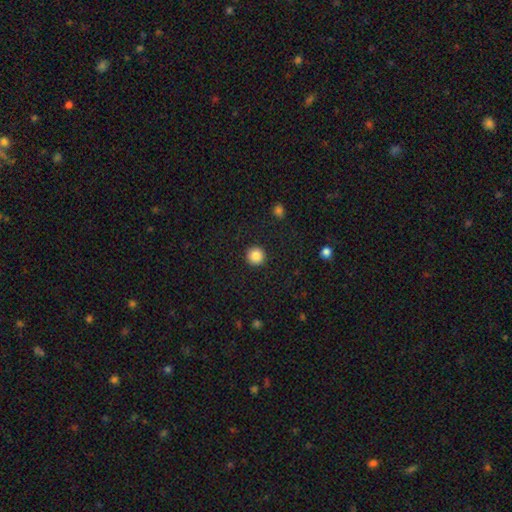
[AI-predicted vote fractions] Smooth or featured?
  - smooth: 86% *
  - star or artifact: 10%
  - featured or disk: 4%
How rounded?
  - round: 96% *
  - in between: 3%
  - cigar-shaped: 1%
Merging?
  - none: 93% *
  - minor disturbance: 4%
  - major disturbance: 2%
  - merger: 1%